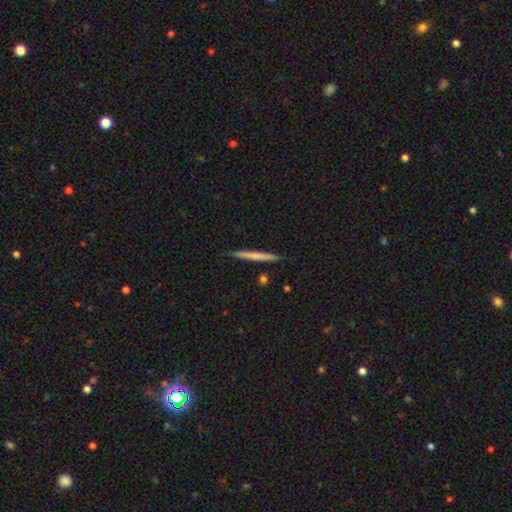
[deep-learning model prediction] This appears to be a smooth galaxy with no disk features (59%) that is cigar-shaped (96%). Merging: none (91%).